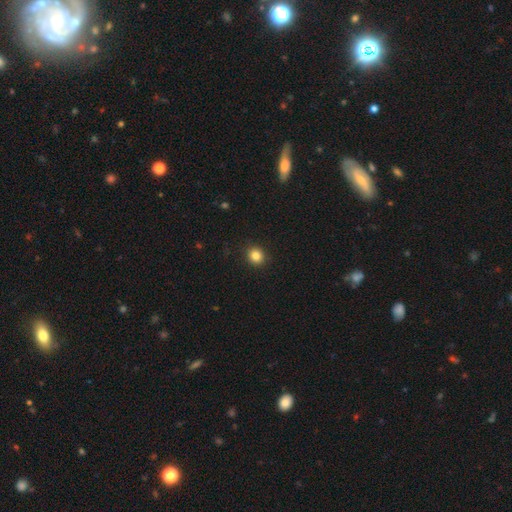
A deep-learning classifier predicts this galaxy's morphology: smooth 84%, star or artifact 11%, featured or disk 5%. Down the decision tree: how rounded — round (81%); merging — none (91%).